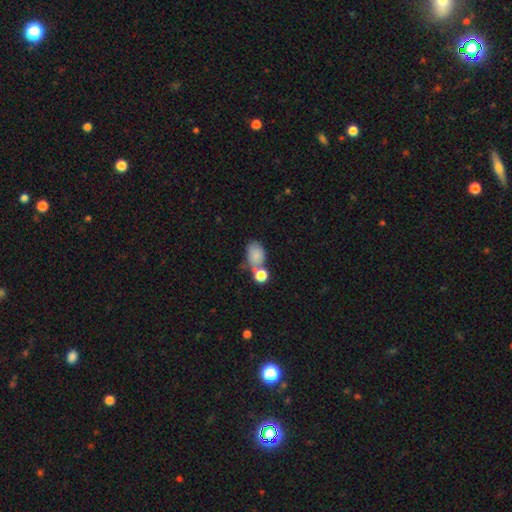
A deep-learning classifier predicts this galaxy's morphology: A smooth galaxy with no disk features (80%) that is in between round and cigar-shaped (74%). Merging: none (39%).